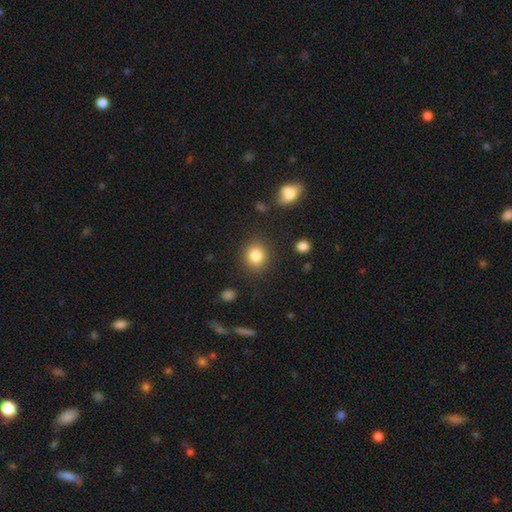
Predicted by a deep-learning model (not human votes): This is clearly a smooth galaxy (83%). How rounded: clearly round (83%). Merging: clearly none (87%).